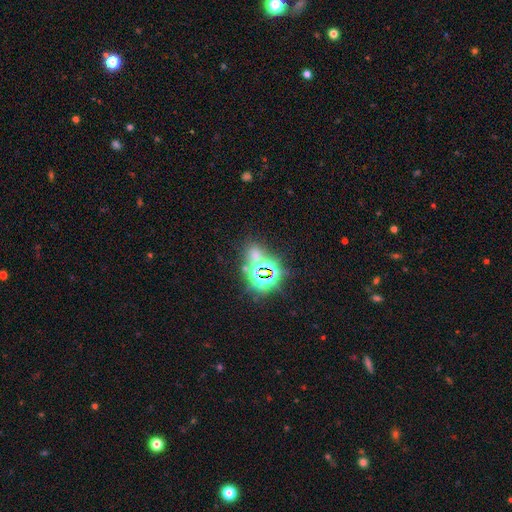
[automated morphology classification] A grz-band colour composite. It shows a star or artifact, not a galaxy (67%).